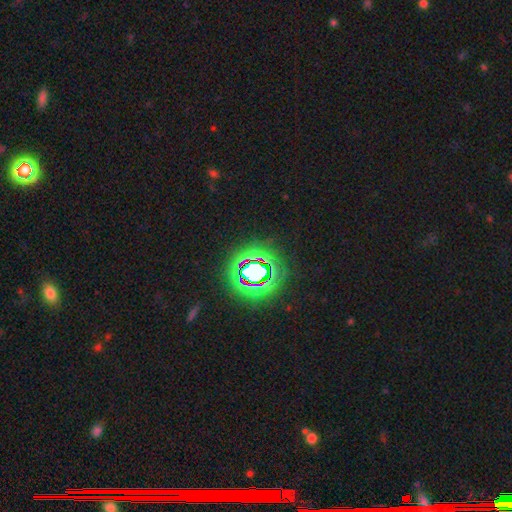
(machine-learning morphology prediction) Q: Smooth or featured?
A: star or artifact (80%); runner-up: smooth (13%)